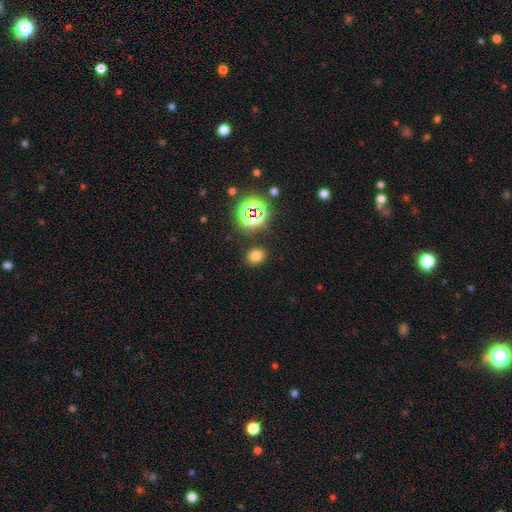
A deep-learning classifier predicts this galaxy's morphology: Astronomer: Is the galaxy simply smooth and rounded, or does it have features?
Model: smooth — 71%.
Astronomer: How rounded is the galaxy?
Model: round — 56% (runner-up: in between, 43%).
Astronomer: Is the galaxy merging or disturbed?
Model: none — 86%.